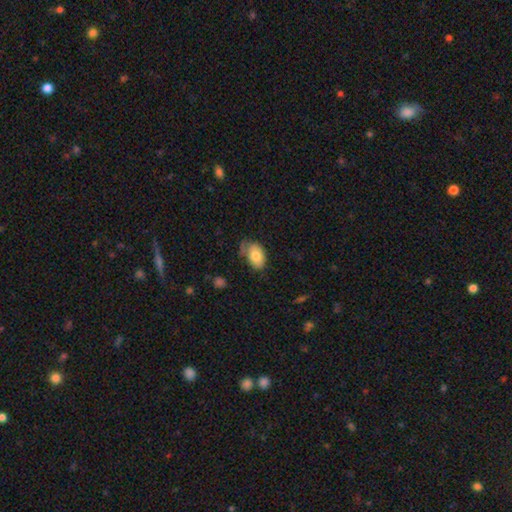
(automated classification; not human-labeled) smooth 78%, featured or disk 15%, star or artifact 7%. Down the decision tree: how rounded — in between (89%); merging — none (51%).